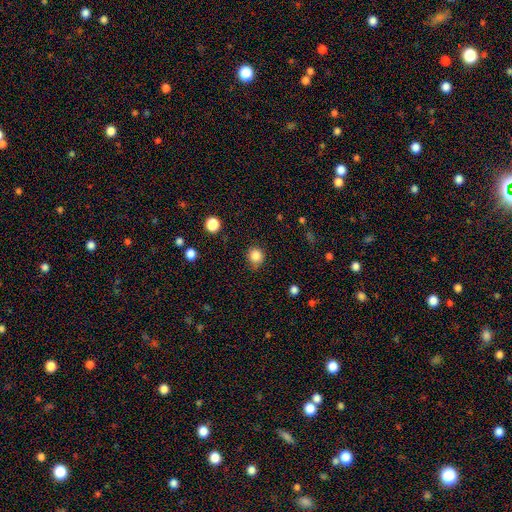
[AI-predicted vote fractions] The model was most divided on "merging": none: 80%, minor disturbance: 15%, major disturbance: 3%, merger: 2%. More confident: how rounded — round (87%); smooth or featured — smooth (85%).